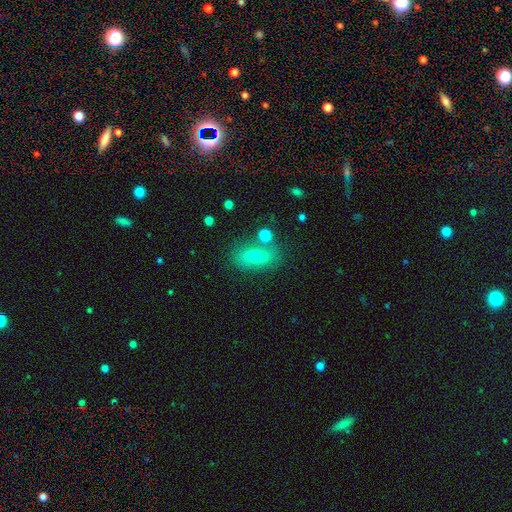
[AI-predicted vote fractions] Smooth or featured?
  - smooth: 70% *
  - featured or disk: 18%
  - star or artifact: 12%
How rounded?
  - in between: 77% *
  - cigar-shaped: 16%
  - round: 7%
Merging?
  - none: 71% *
  - minor disturbance: 15%
  - merger: 9%
  - major disturbance: 6%